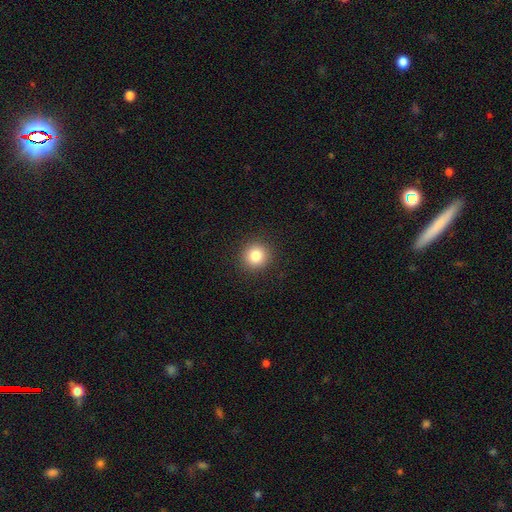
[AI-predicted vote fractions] This is clearly a smooth galaxy (83%). How rounded: clearly round (92%). Merging: clearly none (91%).